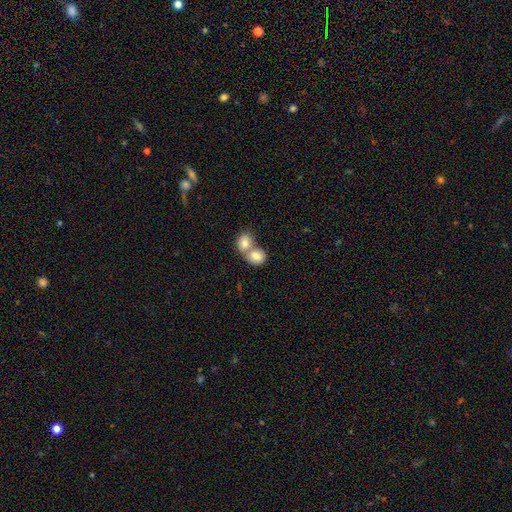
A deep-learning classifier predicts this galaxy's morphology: smooth-or-featured: smooth: 81% | featured or disk: 11% | star or artifact: 8%
  how-rounded: round: 64% | in between: 35% | cigar-shaped: 1%
  merging: merger: 66% | none: 26% | minor disturbance: 5% | major disturbance: 2%